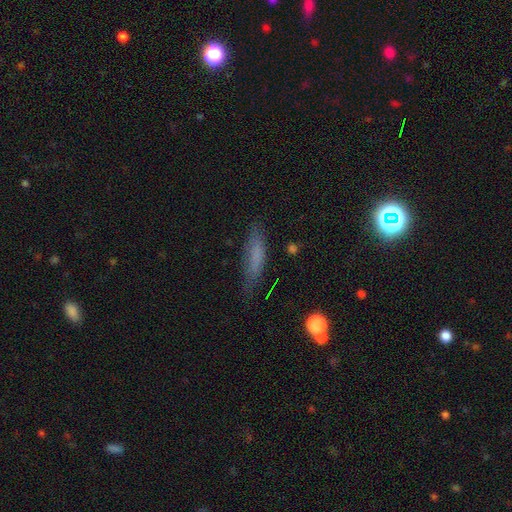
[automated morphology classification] Smooth or featured?
  - smooth: 66% *
  - featured or disk: 22%
  - star or artifact: 12%
How rounded?
  - cigar-shaped: 72% *
  - in between: 25%
  - round: 2%
Merging?
  - none: 73% *
  - minor disturbance: 19%
  - major disturbance: 6%
  - merger: 2%